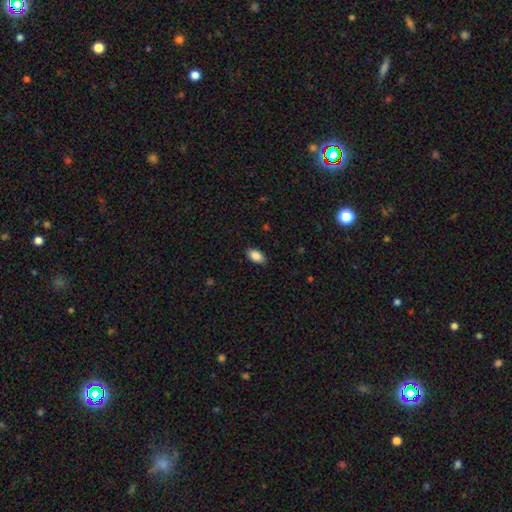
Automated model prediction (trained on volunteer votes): Overall: smooth (88%). How rounded: in between (92%). Merging: none (87%).